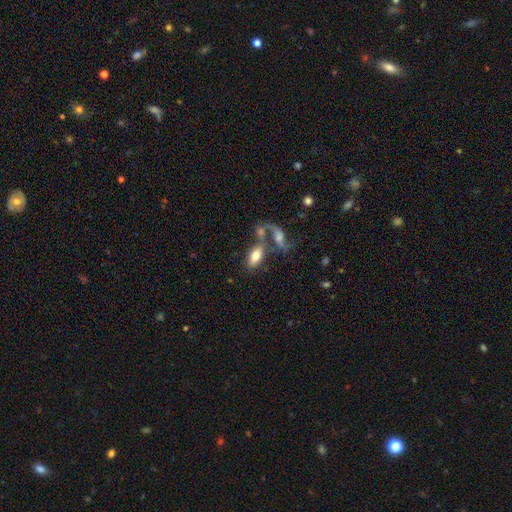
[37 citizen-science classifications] This appears to be a smooth galaxy with no disk features (76%) that is in between round and cigar-shaped (89%). Merging: none (57%).